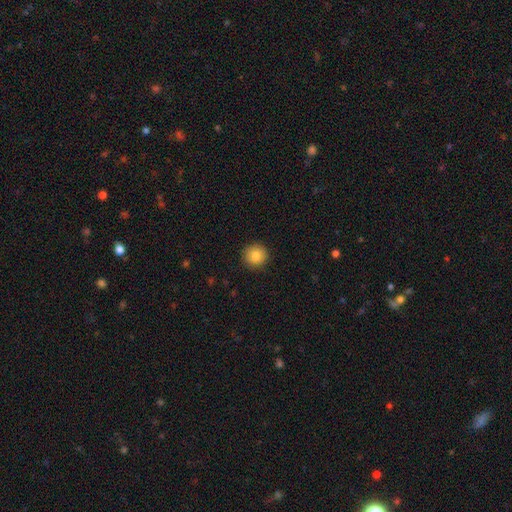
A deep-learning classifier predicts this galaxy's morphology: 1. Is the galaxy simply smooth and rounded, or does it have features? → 84% smooth, 9% star or artifact, 7% featured or disk.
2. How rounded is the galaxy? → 93% round, 6% in between, 1% cigar-shaped.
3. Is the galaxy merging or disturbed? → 91% none, 6% minor disturbance, 2% major disturbance, 1% merger.